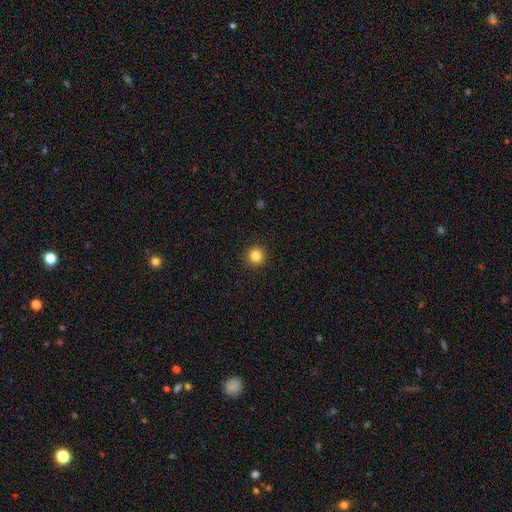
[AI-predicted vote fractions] Smooth or featured: smooth — 83% (star or artifact — 12%)
How rounded: round — 95% (in between — 4%)
Merging: none — 93% (minor disturbance — 4%)